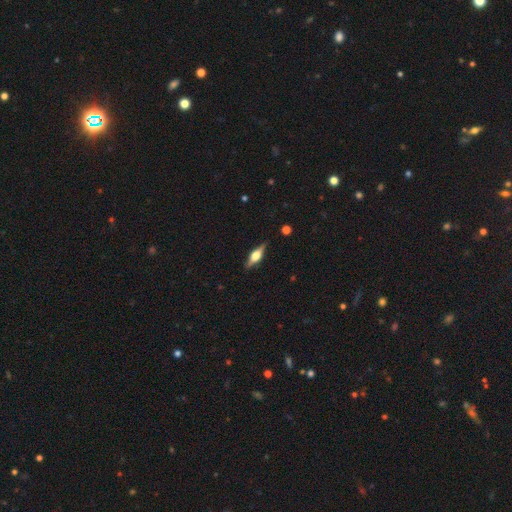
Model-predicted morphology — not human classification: The model was most divided on "smooth or featured": featured or disk: 71%, smooth: 22%, star or artifact: 7%. More confident: edge-on disk — yes (97%); edge-on bulge — rounded (91%); merging — none (87%).